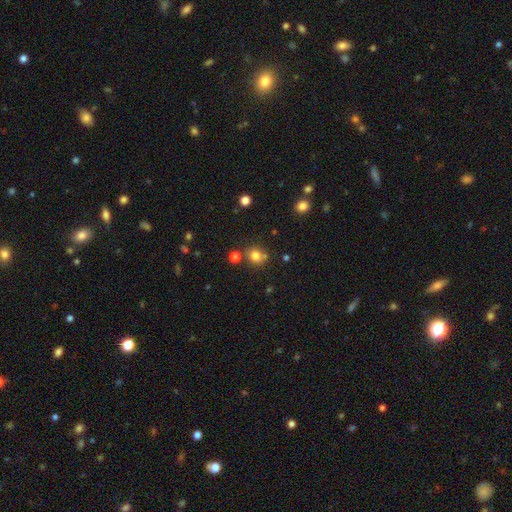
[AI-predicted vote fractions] smooth 79%, star or artifact 14%, featured or disk 7%. Down the decision tree: how rounded — round (78%); merging — none (72%).